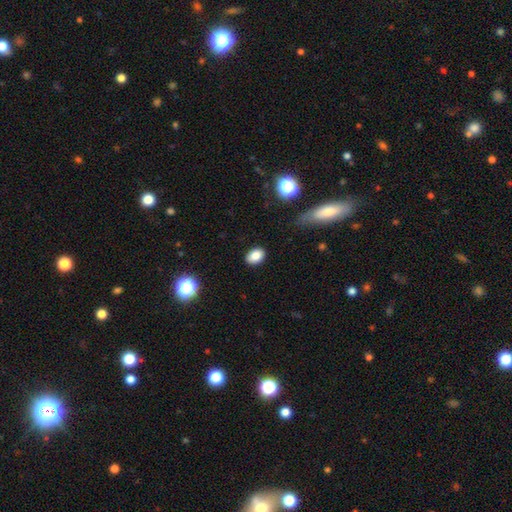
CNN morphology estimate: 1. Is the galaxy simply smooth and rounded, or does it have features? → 84% smooth, 10% star or artifact, 6% featured or disk.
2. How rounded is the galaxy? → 79% in between, 19% round, 1% cigar-shaped.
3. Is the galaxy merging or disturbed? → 87% none, 9% minor disturbance, 2% major disturbance, 1% merger.